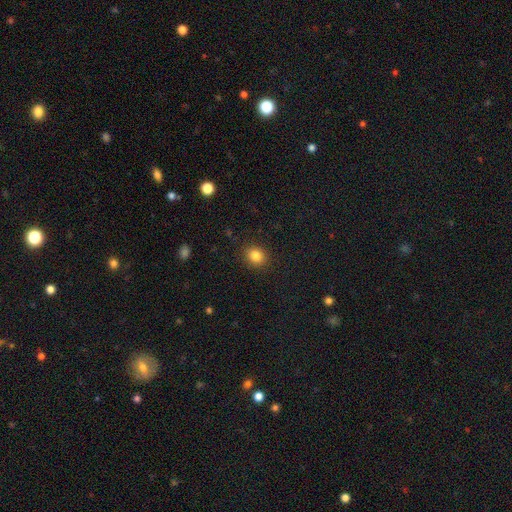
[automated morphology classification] smooth-or-featured: smooth: 84% | star or artifact: 11% | featured or disk: 5%
  how-rounded: round: 71% | in between: 28% | cigar-shaped: 1%
  merging: none: 89% | minor disturbance: 7% | major disturbance: 2% | merger: 1%